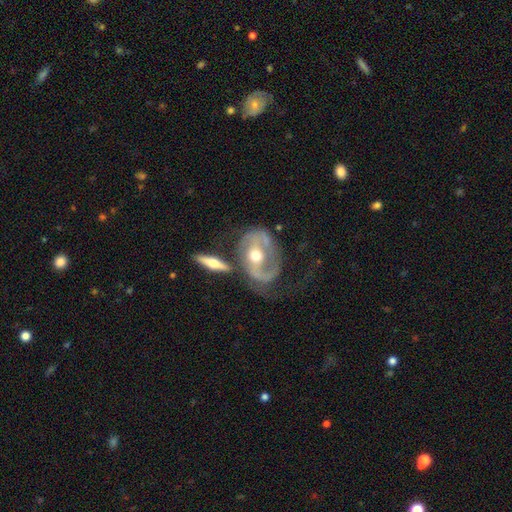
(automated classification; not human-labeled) featured or disk 79%, smooth 16%, star or artifact 5%. Down the decision tree: edge-on disk — no (91%); bar — no (46%); spiral arms — yes (71%); spiral arm count — 2 (52%); spiral winding — medium (38%); bulge size — moderate (75%); merging — none (37%).